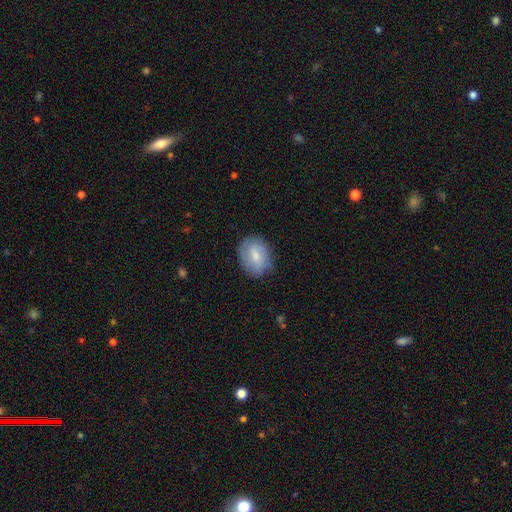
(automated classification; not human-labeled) This appears to be a smooth galaxy with no disk features (69%) that is in between round and cigar-shaped (61%). Merging: none (77%).